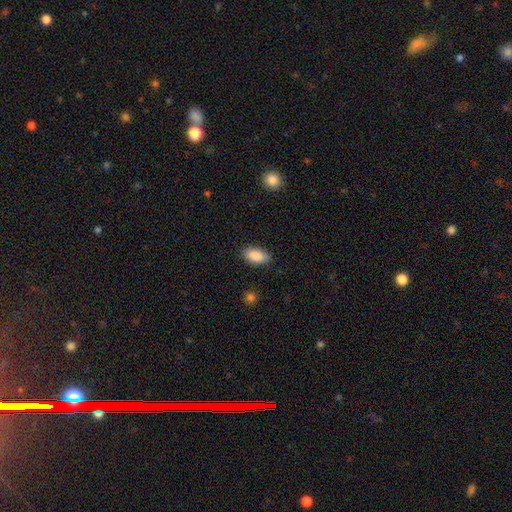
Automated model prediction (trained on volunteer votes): smooth 88%, star or artifact 7%, featured or disk 5%. Down the decision tree: how rounded — in between (91%); merging — none (85%).